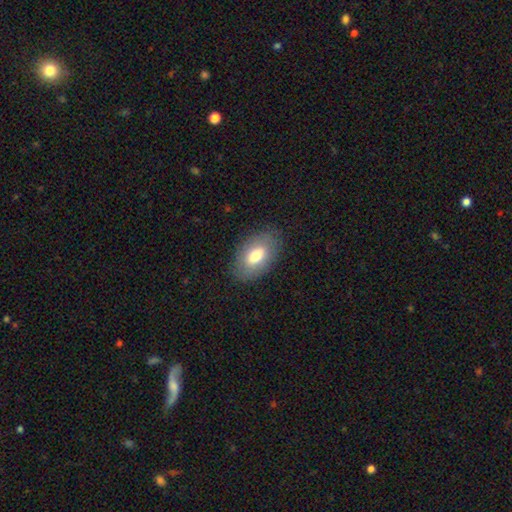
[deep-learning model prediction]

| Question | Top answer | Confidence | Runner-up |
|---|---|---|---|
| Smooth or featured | smooth | 73% | featured or disk (20%) |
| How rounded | in between | 93% | round (5%) |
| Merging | none | 84% | minor disturbance (11%) |